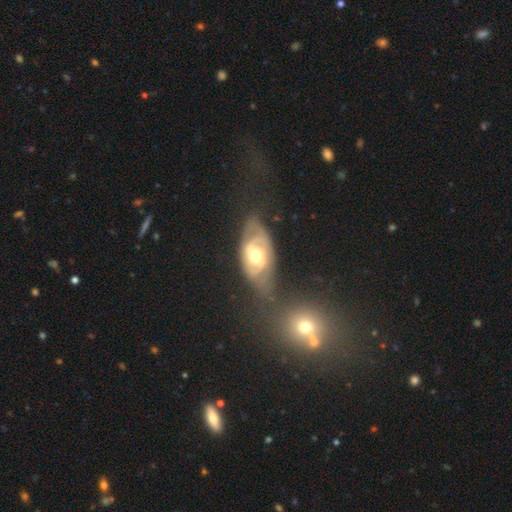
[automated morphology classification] The model was most divided on "bar": no: 44%, weak: 38%, strong: 17%. Remaining: edge-on disk — no (92%); spiral arms — yes (76%); smooth or featured — featured or disk (76%); bulge size — moderate (72%); spiral arm count — 2 (59%); spiral winding — tight (51%); merging — none (49%).